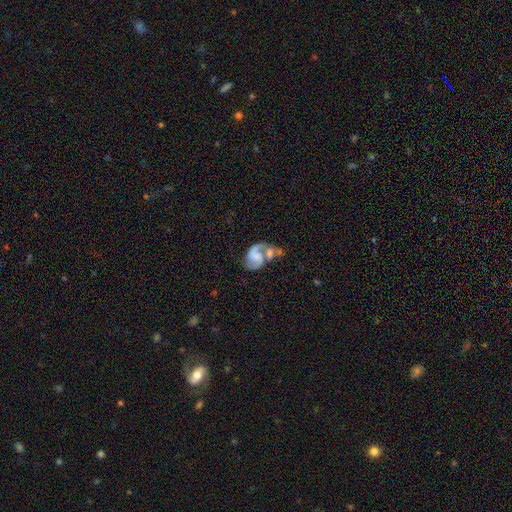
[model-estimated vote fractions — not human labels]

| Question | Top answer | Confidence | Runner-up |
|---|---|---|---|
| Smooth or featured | featured or disk | 78% | smooth (15%) |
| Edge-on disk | no | 98% | yes (2%) |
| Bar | no | 49% | weak (37%) |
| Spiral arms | yes | 92% | no (8%) |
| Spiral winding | medium | 45% | loose (41%) |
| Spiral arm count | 2 | 82% | 1 (12%) |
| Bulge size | none | 49% | small (22%) |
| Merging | merger | 46% | none (26%) |